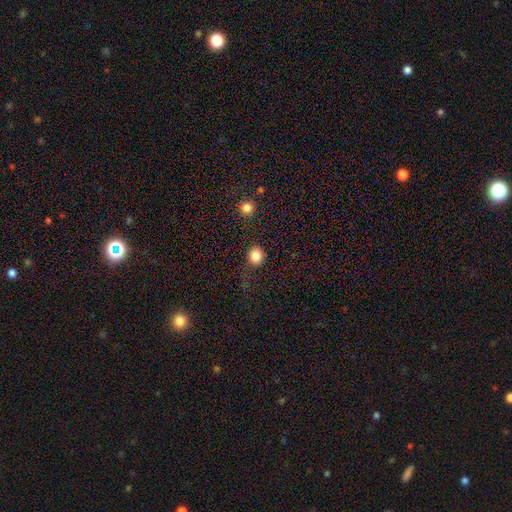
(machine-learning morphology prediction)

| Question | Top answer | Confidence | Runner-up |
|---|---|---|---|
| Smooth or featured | smooth | 84% | star or artifact (11%) |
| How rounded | round | 88% | in between (11%) |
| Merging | none | 83% | minor disturbance (10%) |